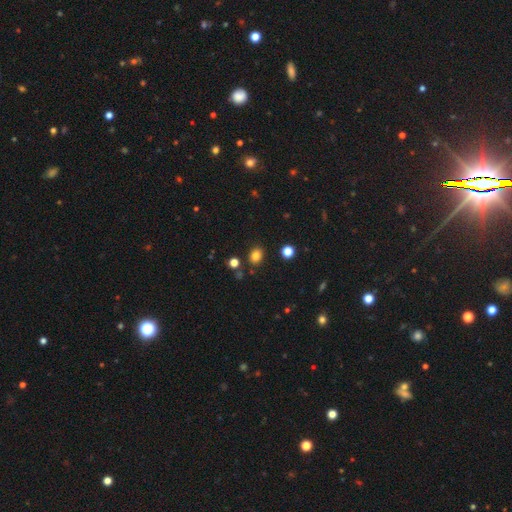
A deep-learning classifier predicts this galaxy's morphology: smooth 82%, star or artifact 13%, featured or disk 5%. Down the decision tree: how rounded — round (51%); merging — none (85%).